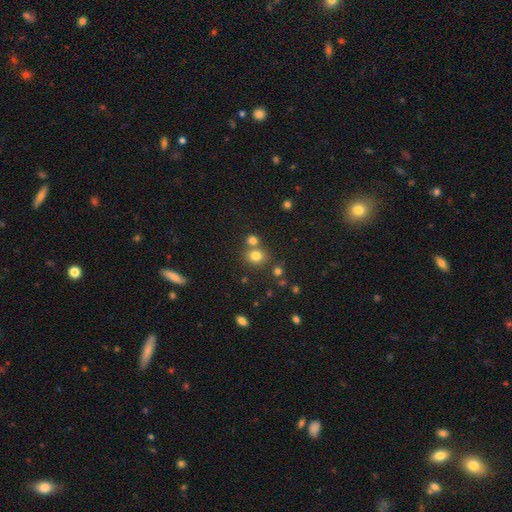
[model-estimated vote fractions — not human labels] A smooth galaxy with no disk features (76%) that is round (76%). Merging: none (61%).